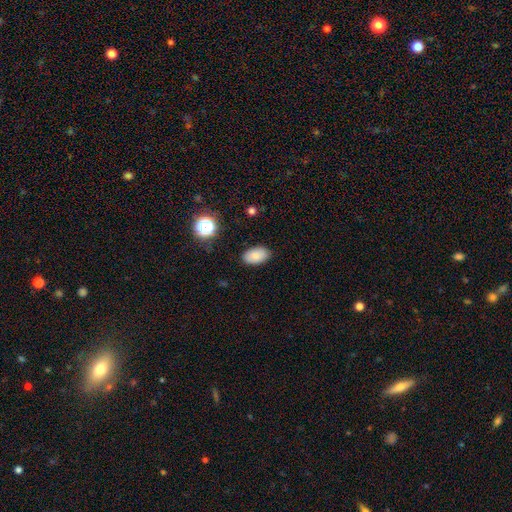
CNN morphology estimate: Smooth or featured?
  - smooth: 81% *
  - star or artifact: 10%
  - featured or disk: 9%
How rounded?
  - in between: 92% *
  - round: 6%
  - cigar-shaped: 1%
Merging?
  - none: 85% *
  - minor disturbance: 11%
  - major disturbance: 3%
  - merger: 1%